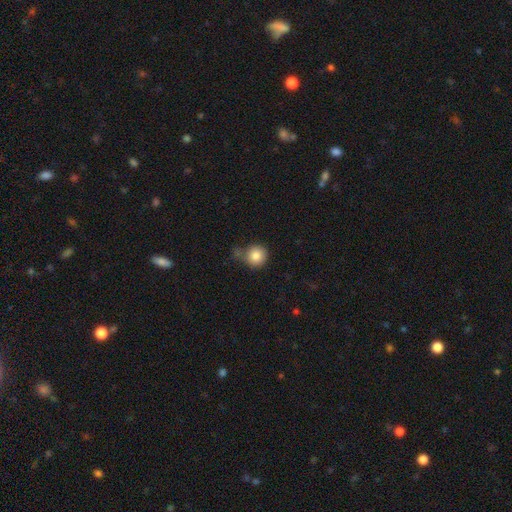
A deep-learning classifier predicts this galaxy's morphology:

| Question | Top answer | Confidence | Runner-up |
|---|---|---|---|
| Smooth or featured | smooth | 83% | star or artifact (10%) |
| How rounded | round | 92% | in between (7%) |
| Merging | none | 59% | minor disturbance (21%) |